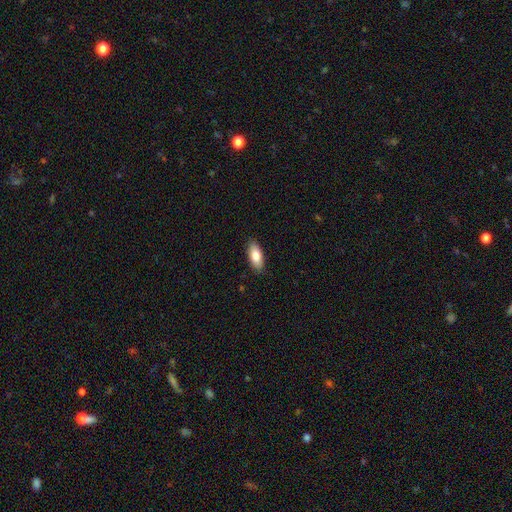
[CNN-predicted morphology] Smooth or featured?
  - smooth: 81% *
  - featured or disk: 13%
  - star or artifact: 6%
How rounded?
  - in between: 85% *
  - cigar-shaped: 13%
  - round: 2%
Merging?
  - none: 88% *
  - minor disturbance: 9%
  - major disturbance: 2%
  - merger: 1%